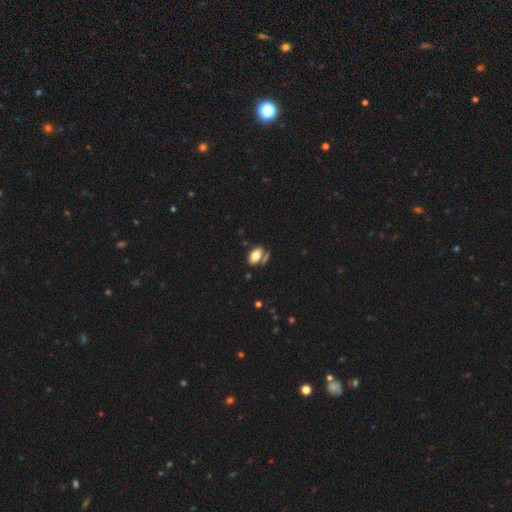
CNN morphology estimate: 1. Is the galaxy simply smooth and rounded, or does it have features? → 78% smooth, 14% featured or disk, 8% star or artifact.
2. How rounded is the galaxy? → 90% in between, 7% round, 2% cigar-shaped.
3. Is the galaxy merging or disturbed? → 63% none, 18% merger, 15% minor disturbance, 5% major disturbance.